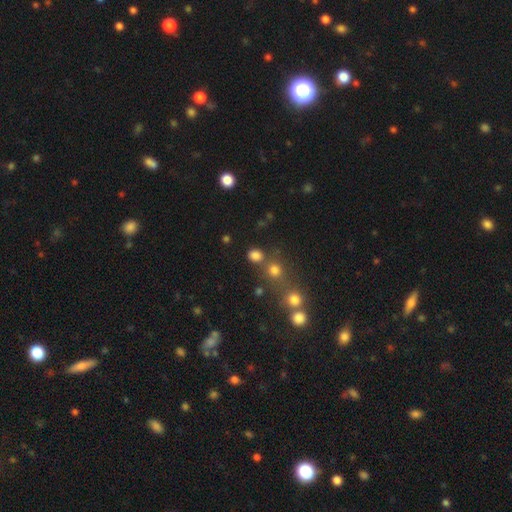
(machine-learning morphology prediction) The model was most divided on "how rounded": round: 68%, in between: 30%, cigar-shaped: 1%. More confident: smooth or featured — smooth (78%); merging — none (68%).